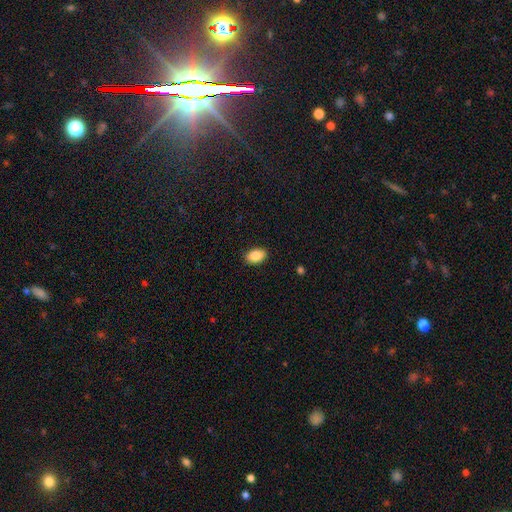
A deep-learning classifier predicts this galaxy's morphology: smooth 89%, star or artifact 7%, featured or disk 4%. Down the decision tree: how rounded — in between (90%); merging — none (89%).